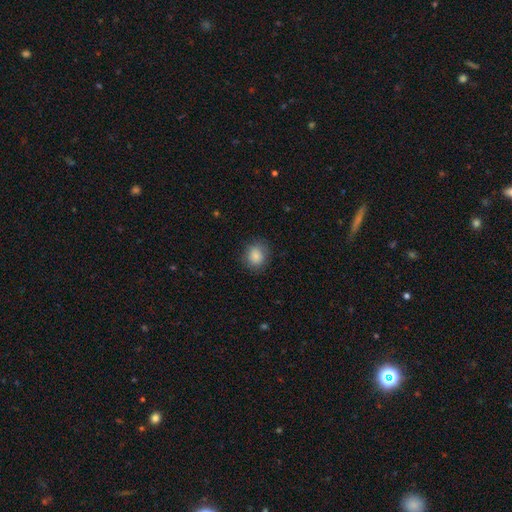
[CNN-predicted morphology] Smooth or featured: smooth — 87% (star or artifact — 8%)
How rounded: round — 73% (in between — 26%)
Merging: none — 84% (minor disturbance — 12%)